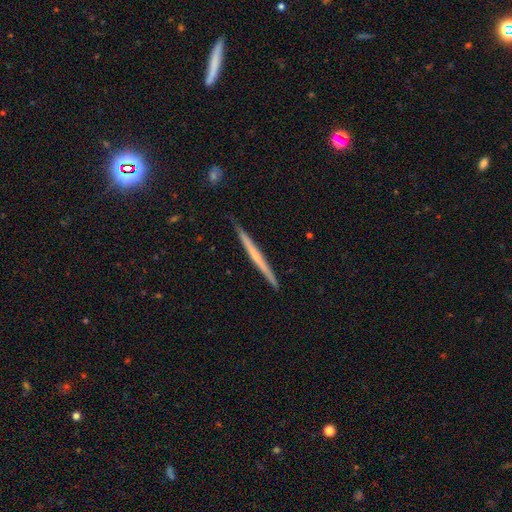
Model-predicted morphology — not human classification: Overall: featured or disk (58%; smooth 36%). Edge-on disk: yes (98%). Edge-on bulge: none (78%). Merging: none (90%).